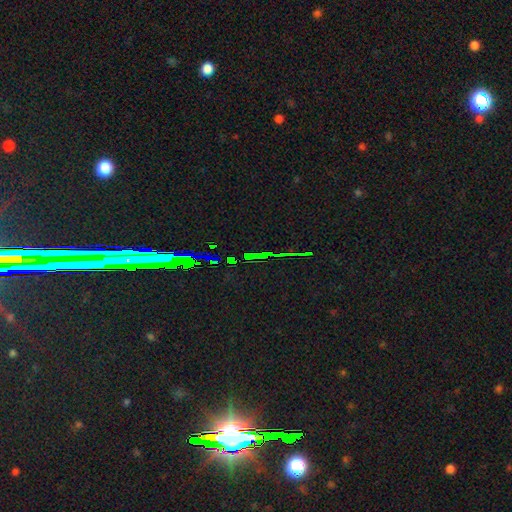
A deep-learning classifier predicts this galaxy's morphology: Q: Smooth or featured?
A: star or artifact (80%); runner-up: featured or disk (10%)